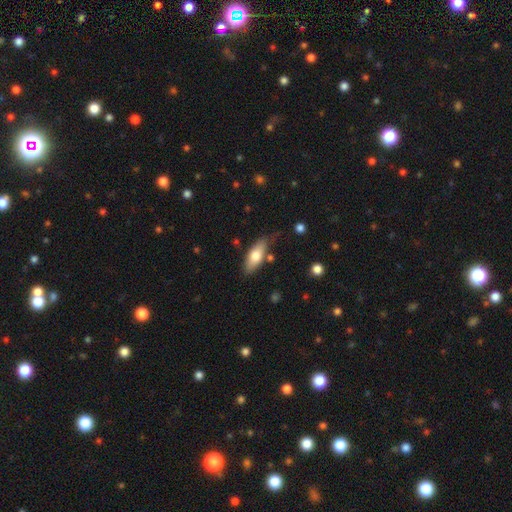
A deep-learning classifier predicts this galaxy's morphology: The model was most divided on "smooth or featured": smooth: 69%, featured or disk: 25%, star or artifact: 6%. More confident: how rounded — in between (74%); merging — none (71%).